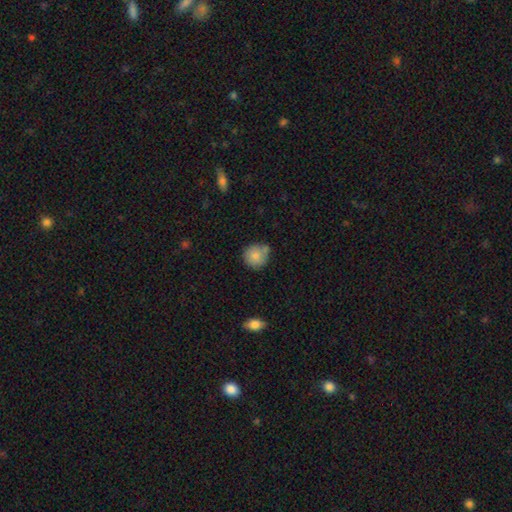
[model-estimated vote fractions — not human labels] This is clearly a smooth galaxy (82%). How rounded: clearly round (91%). Merging: likely none (65%).